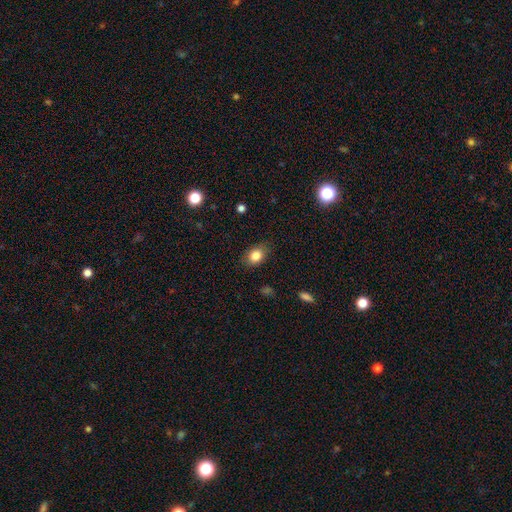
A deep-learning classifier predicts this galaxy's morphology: type=smooth (83%); roundness=in between (73%); merging=none (82%).